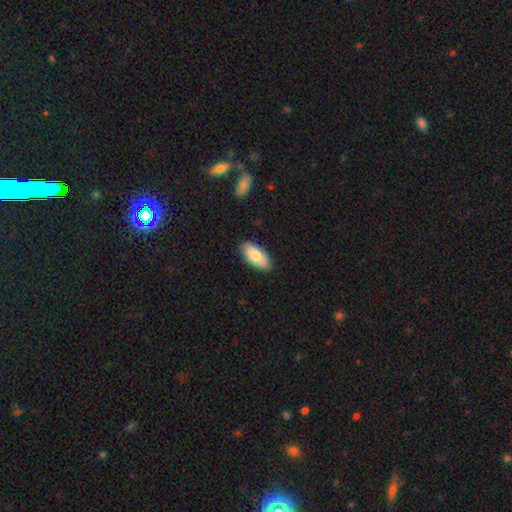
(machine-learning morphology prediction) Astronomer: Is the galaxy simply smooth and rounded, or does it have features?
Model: smooth — 84%.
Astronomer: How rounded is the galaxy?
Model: in between — 91%.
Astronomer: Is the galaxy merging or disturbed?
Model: none — 87%.